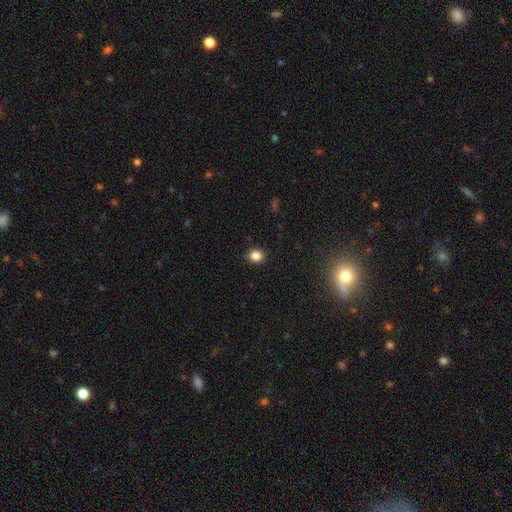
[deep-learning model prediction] Smooth or featured? Predicted: smooth (p=0.86). How rounded? Predicted: round (p=0.71). Merging? Predicted: none (p=0.90).